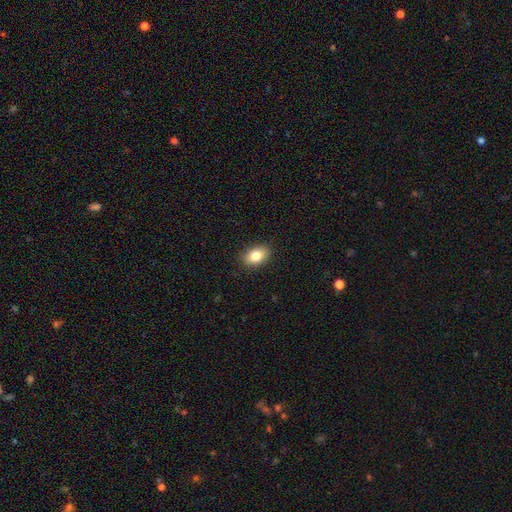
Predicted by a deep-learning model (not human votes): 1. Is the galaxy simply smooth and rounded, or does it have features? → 83% smooth, 9% featured or disk, 8% star or artifact.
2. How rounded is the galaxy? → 84% in between, 15% round, 1% cigar-shaped.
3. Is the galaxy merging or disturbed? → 89% none, 8% minor disturbance, 2% major disturbance, 1% merger.